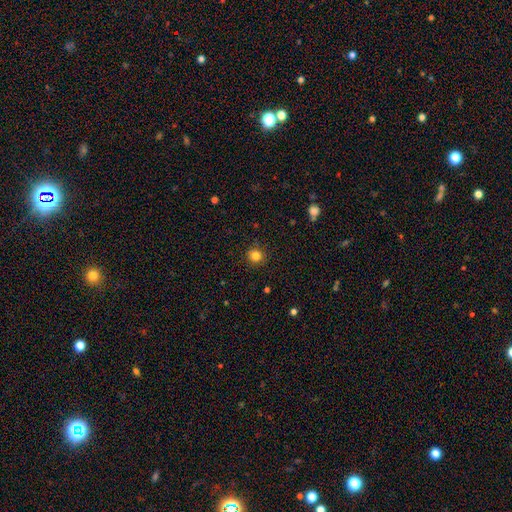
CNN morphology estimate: Overall: smooth (83%). How rounded: round (91%). Merging: none (89%).